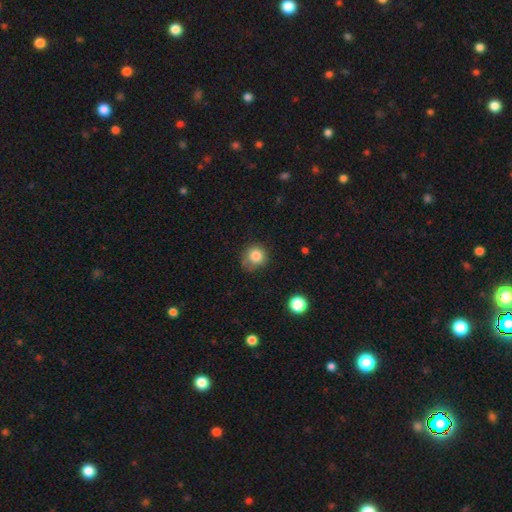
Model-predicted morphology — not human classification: Smooth or featured?
  - smooth: 84% *
  - star or artifact: 10%
  - featured or disk: 6%
How rounded?
  - round: 88% *
  - in between: 11%
  - cigar-shaped: 1%
Merging?
  - none: 65% *
  - minor disturbance: 25%
  - major disturbance: 7%
  - merger: 3%